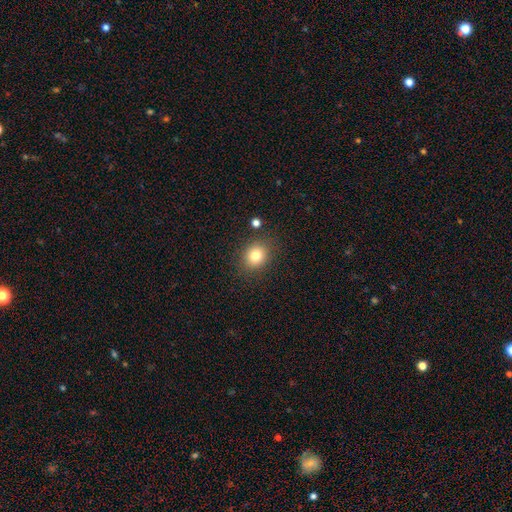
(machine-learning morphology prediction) The model was most divided on "how rounded": round: 68%, in between: 31%, cigar-shaped: 1%. More confident: merging — none (84%); smooth or featured — smooth (81%).